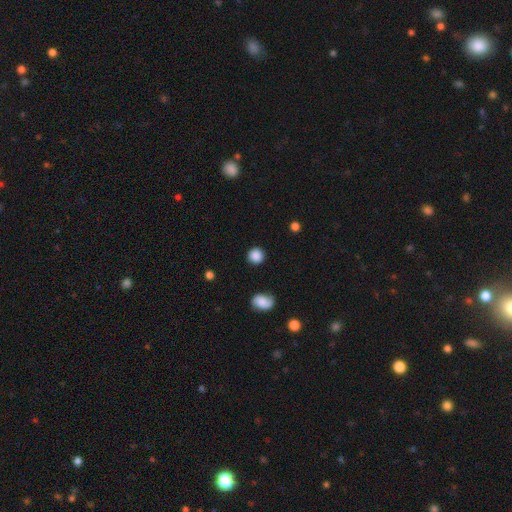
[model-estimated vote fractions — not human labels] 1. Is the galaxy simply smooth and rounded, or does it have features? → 86% smooth, 9% star or artifact, 5% featured or disk.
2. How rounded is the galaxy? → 92% round, 7% in between, 1% cigar-shaped.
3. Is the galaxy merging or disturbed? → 88% none, 7% minor disturbance, 3% major disturbance, 2% merger.